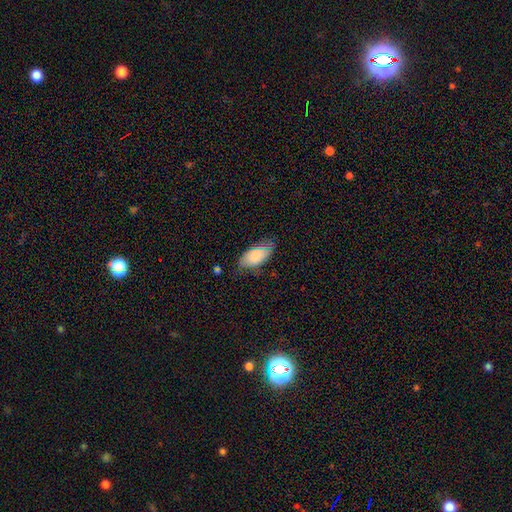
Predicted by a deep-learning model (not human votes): Morphology: type=smooth (79%); roundness=in between (92%); merging=none (64%).